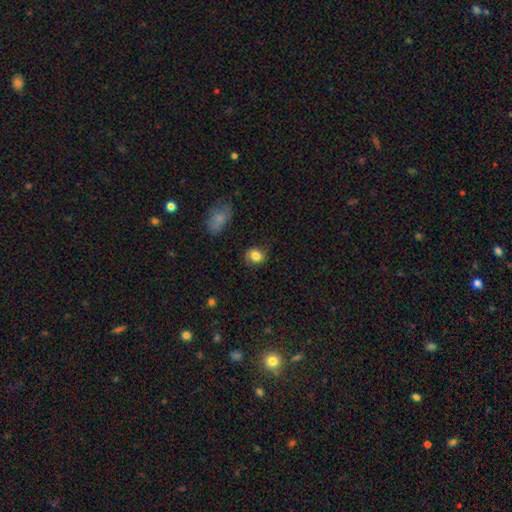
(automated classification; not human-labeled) Q: Smooth or featured?
A: smooth (81%); runner-up: featured or disk (10%)
Q: How rounded?
A: round (61%); runner-up: in between (38%)
Q: Merging?
A: none (70%); runner-up: minor disturbance (22%)